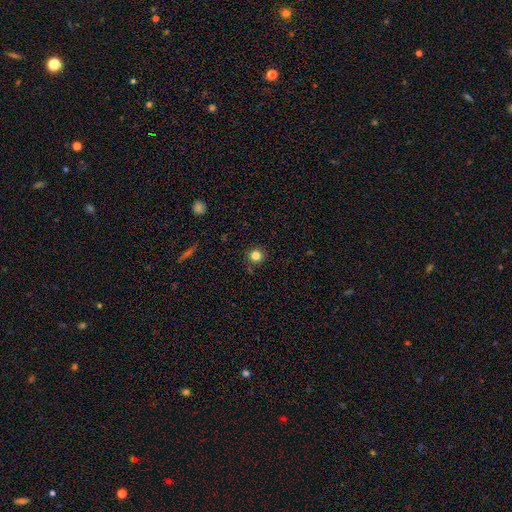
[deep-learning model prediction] Morphology: type=smooth (82%); roundness=round (94%); merging=none (89%).